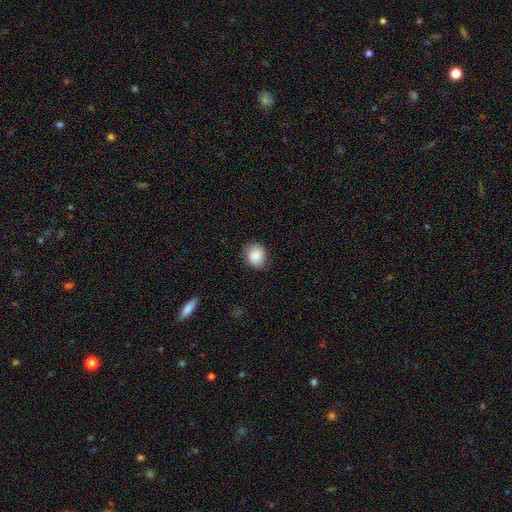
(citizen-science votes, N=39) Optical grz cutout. It shows a smooth galaxy with no disk features (92%) that is round (75%). Merging: none (86%).